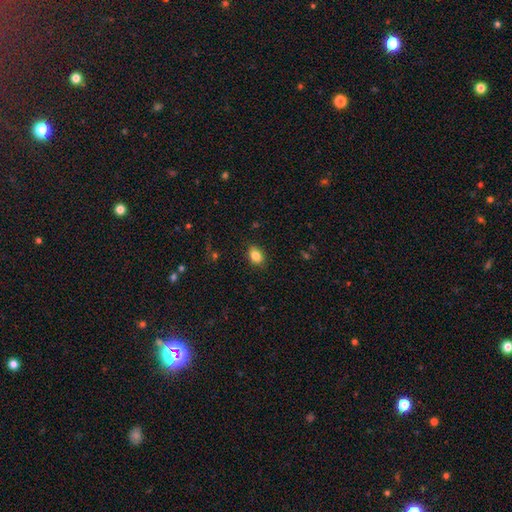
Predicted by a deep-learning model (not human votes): smooth 83%, star or artifact 9%, featured or disk 8%. Down the decision tree: how rounded — in between (76%); merging — none (86%).